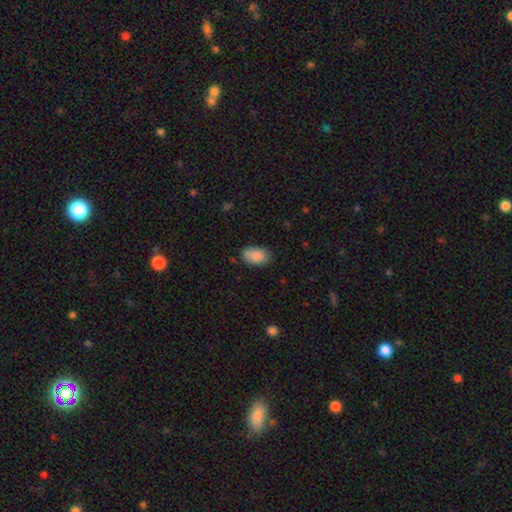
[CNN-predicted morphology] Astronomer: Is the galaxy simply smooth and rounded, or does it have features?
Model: smooth — 87%.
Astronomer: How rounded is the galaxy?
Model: in between — 91%.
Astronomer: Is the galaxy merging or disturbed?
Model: none — 74%.